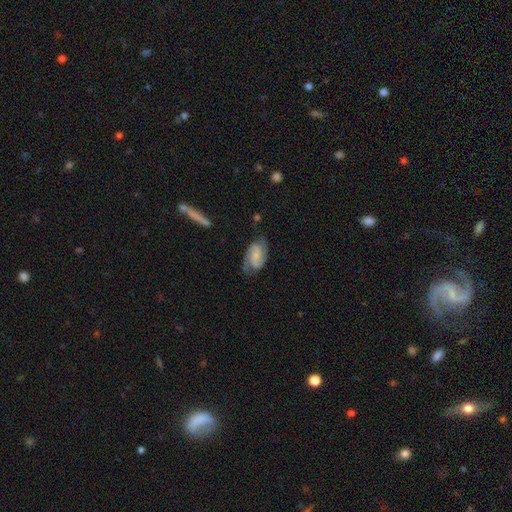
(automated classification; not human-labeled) Overall: featured or disk (79%). Edge-on disk: no (97%). Bar: no (47%; weak 39%). Spiral arms: yes (96%). Spiral arm count: 2 (90%). Spiral winding: medium (49%; tight 35%). Bulge size: small (50%; none 27%). Merging: none (73%).